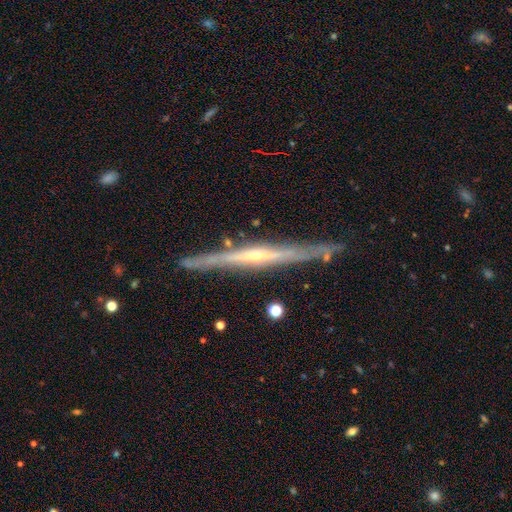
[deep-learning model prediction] The model was most divided on "edge-on bulge": rounded: 57%, none: 36%, boxy: 7%. More confident: edge-on disk — yes (97%); merging — none (85%); smooth or featured — featured or disk (83%).